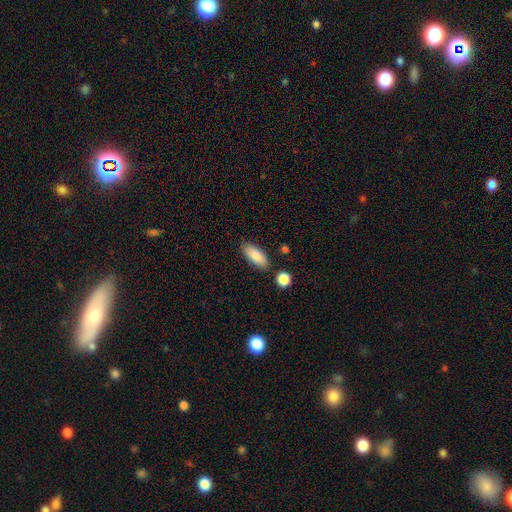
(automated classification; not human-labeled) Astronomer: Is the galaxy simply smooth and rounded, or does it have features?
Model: smooth — 85%.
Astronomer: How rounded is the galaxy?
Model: in between — 83%.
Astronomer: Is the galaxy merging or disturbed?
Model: none — 82%.